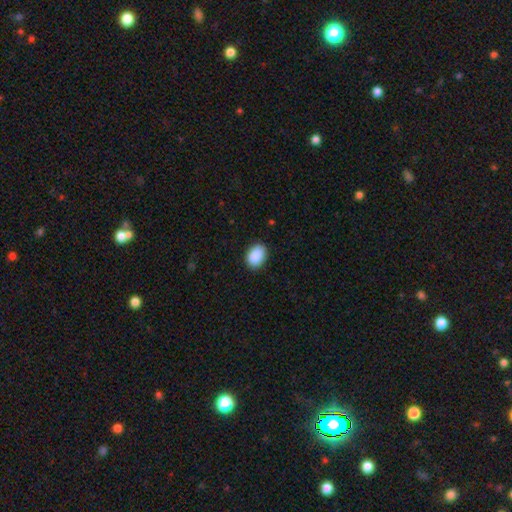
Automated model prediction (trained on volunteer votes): A smooth galaxy with no disk features (90%) that is in between round and cigar-shaped (82%). Merging: none (87%).